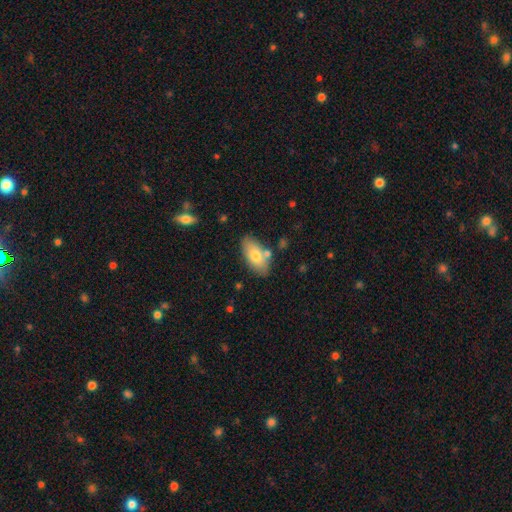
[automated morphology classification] Smooth or featured: smooth — 73% (featured or disk — 21%)
How rounded: in between — 92% (cigar-shaped — 5%)
Merging: none — 76% (minor disturbance — 13%)